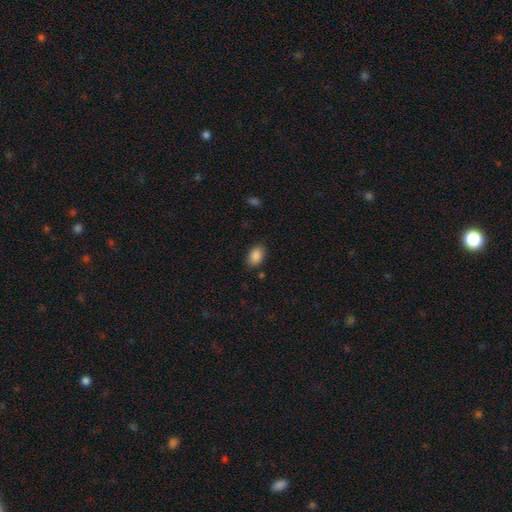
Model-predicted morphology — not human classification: This is clearly a smooth galaxy (88%). How rounded: clearly in between (85%). Merging: clearly none (85%).